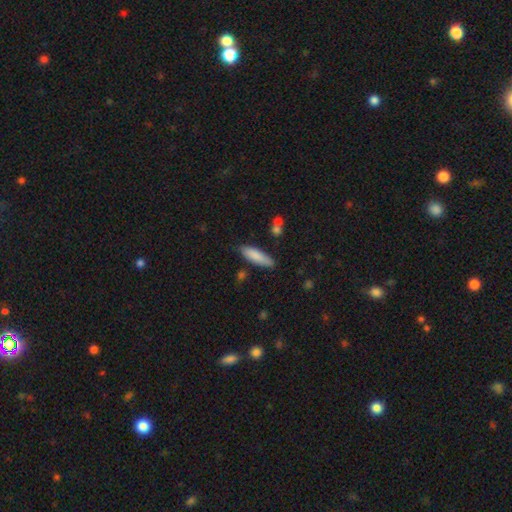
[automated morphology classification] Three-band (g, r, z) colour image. It shows a smooth galaxy with no disk features (83%) that is cigar-shaped (58%). Merging: none (79%).